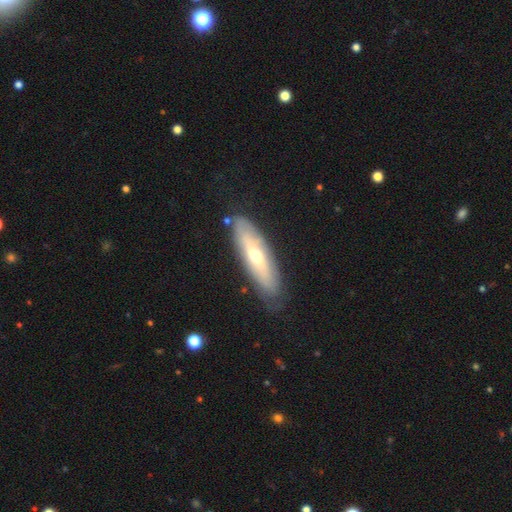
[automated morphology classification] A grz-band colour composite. It shows a featured or disk galaxy (54%). Merging: none (79%).